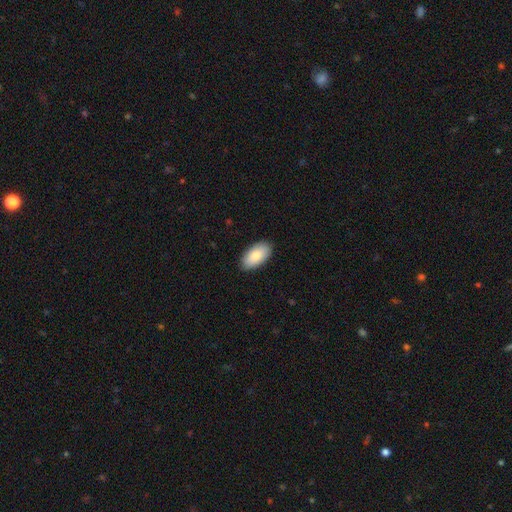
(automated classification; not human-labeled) Smooth or featured: smooth — 84% (featured or disk — 10%)
How rounded: in between — 95% (cigar-shaped — 3%)
Merging: none — 87% (minor disturbance — 10%)